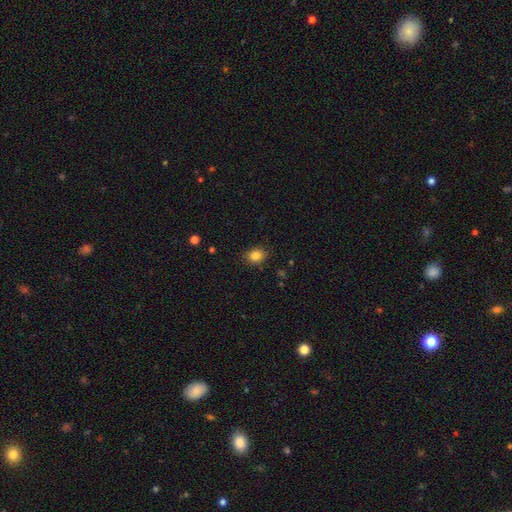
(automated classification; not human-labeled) This is clearly a smooth galaxy (84%). How rounded: possibly in between (53%). Merging: clearly none (86%).